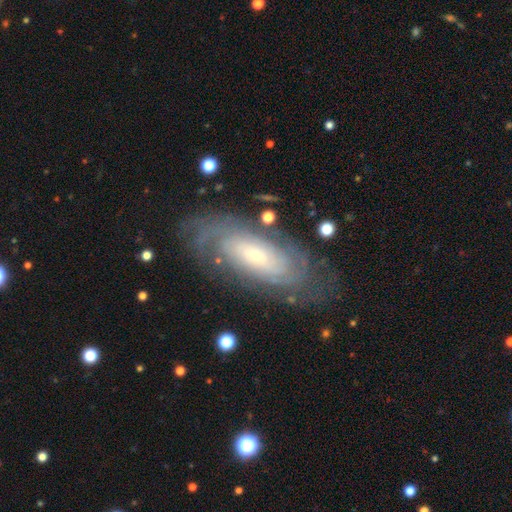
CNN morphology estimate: smooth-or-featured: featured or disk: 81% | smooth: 13% | star or artifact: 6%
  disk-edge-on: no: 91% | yes: 9%
    bar: no: 71% | weak: 23% | strong: 7%
    has-spiral-arms: yes: 92% | no: 8%
      spiral-winding: tight: 76% | medium: 19% | loose: 5%
      spiral-arm-count: can't tell: 53% | 2: 17% | 4: 9% | 3: 9% | more than 4: 7% | 1: 5%
    bulge-size: small: 70% | moderate: 24% | large: 3% | none: 2% | dominant: 1%
  merging: none: 75% | minor disturbance: 16% | major disturbance: 7% | merger: 2%